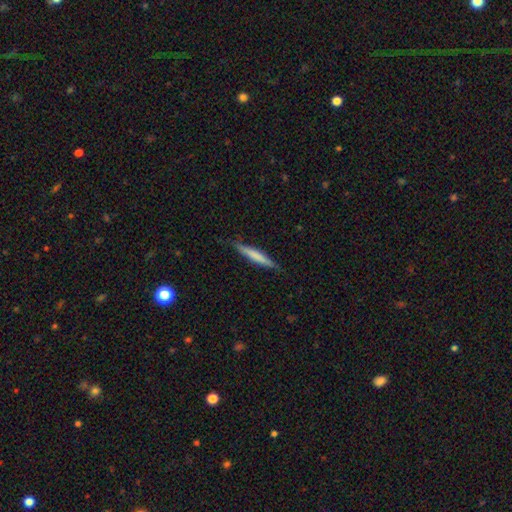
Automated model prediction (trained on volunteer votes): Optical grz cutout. It shows a smooth galaxy with no disk features (59%) that is cigar-shaped (94%). Merging: none (86%).